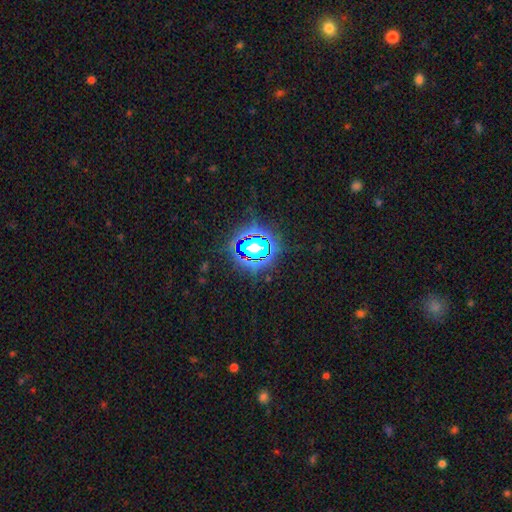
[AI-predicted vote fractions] Smooth or featured: star or artifact — 82% (smooth — 11%)